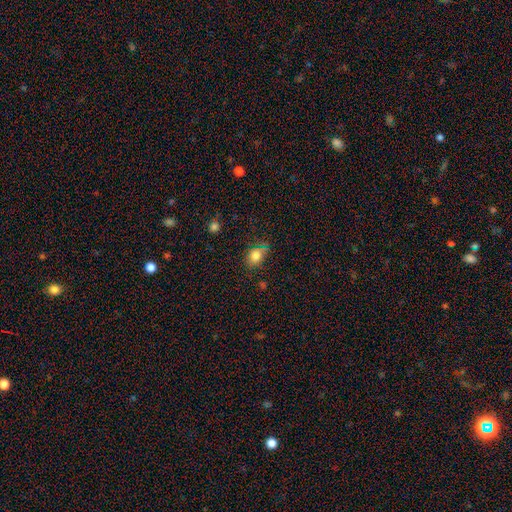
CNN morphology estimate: Overall: smooth (81%). How rounded: in between (65%; round 33%). Merging: none (69%).